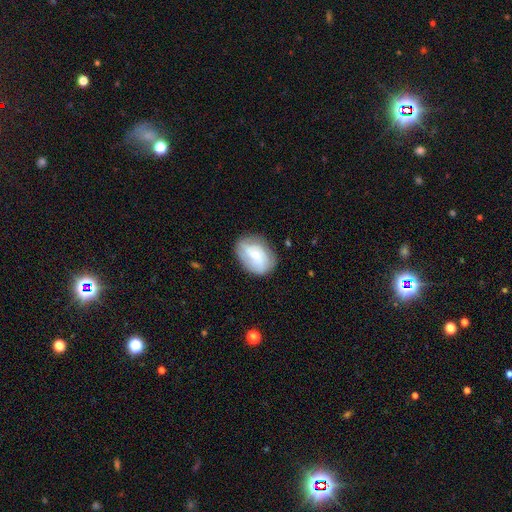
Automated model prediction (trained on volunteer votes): smooth_or_featured: featured or disk (p=0.53) [alt: smooth p=0.40]
disk_edge_on: no (p=0.96) [alt: yes p=0.04]
bar: no (p=0.58) [alt: weak p=0.33]
has_spiral_arms: yes (p=0.77) [alt: no p=0.23]
bulge_size: moderate (p=0.47) [tied with: small p=0.47]
merging: none (p=0.73) [alt: minor disturbance p=0.20]